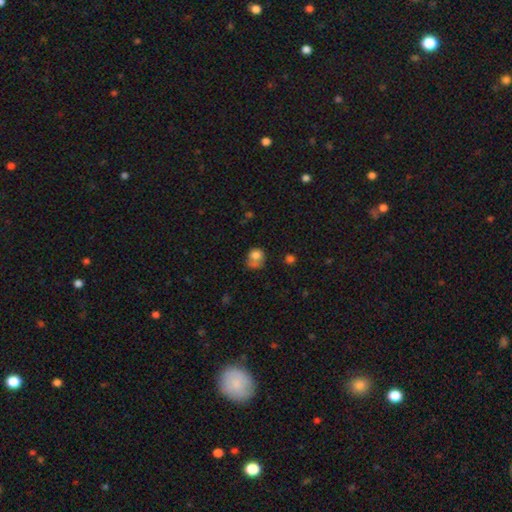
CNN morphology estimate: A smooth galaxy with no disk features (73%) that is round (64%).

Vote fractions:
- Smooth or featured? smooth: 73% / featured or disk: 16% / star or artifact: 11%
- How rounded? round: 64% / in between: 35% / cigar-shaped: 1%
- Merging? none: 34% / minor disturbance: 24% / major disturbance: 22% / merger: 20%